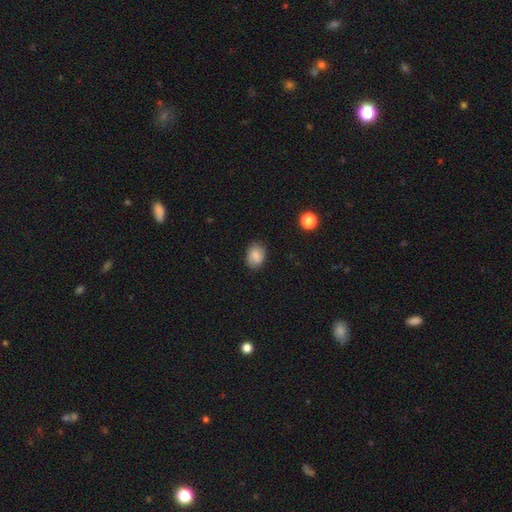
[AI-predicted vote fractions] smooth 78%, featured or disk 13%, star or artifact 9%. Down the decision tree: how rounded — in between (69%); merging — none (79%).